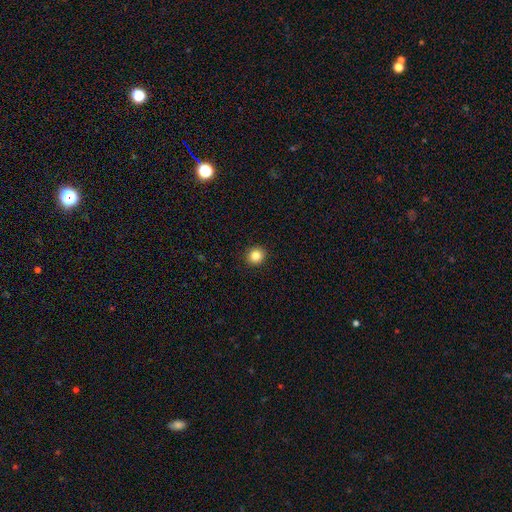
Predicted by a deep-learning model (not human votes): The model was most divided on "smooth or featured": smooth: 85%, star or artifact: 11%, featured or disk: 4%. More confident: merging — none (93%); how rounded — round (89%).